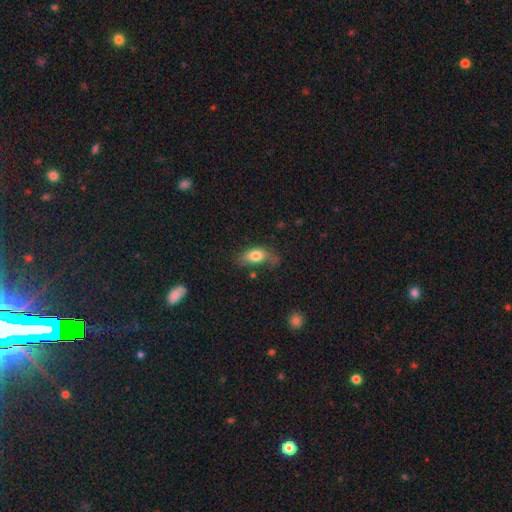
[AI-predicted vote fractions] Q: Smooth or featured?
A: smooth (79%); runner-up: featured or disk (13%)
Q: How rounded?
A: in between (85%); runner-up: round (8%)
Q: Merging?
A: none (52%); runner-up: minor disturbance (31%)